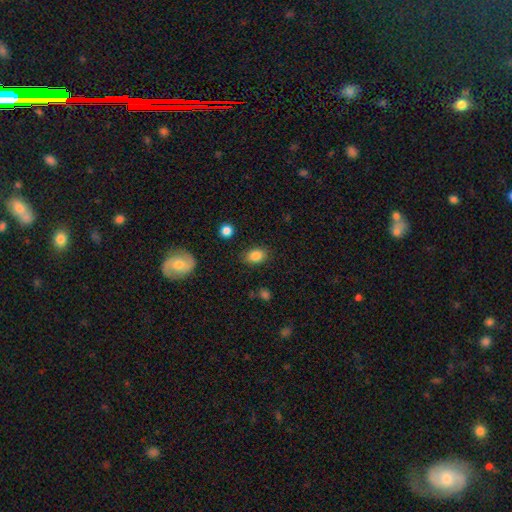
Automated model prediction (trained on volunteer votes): A smooth galaxy with no disk features (85%) that is in between round and cigar-shaped (77%).

Vote fractions:
- Smooth or featured? smooth: 85% / star or artifact: 9% / featured or disk: 6%
- How rounded? in between: 77% / round: 21% / cigar-shaped: 1%
- Merging? none: 83% / minor disturbance: 12% / major disturbance: 3% / merger: 2%